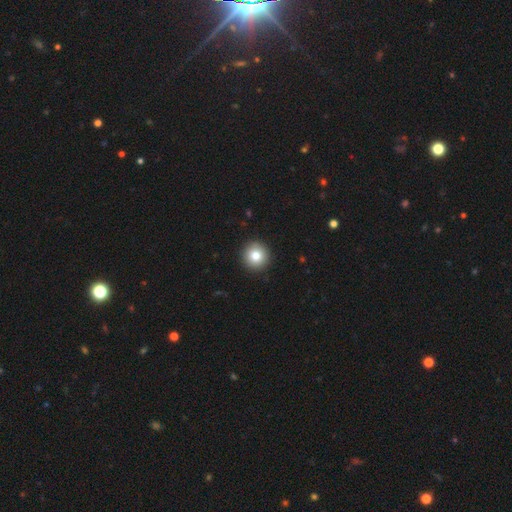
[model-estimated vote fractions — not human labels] smooth 81%, star or artifact 10%, featured or disk 9%. Down the decision tree: how rounded — round (95%); merging — none (93%).